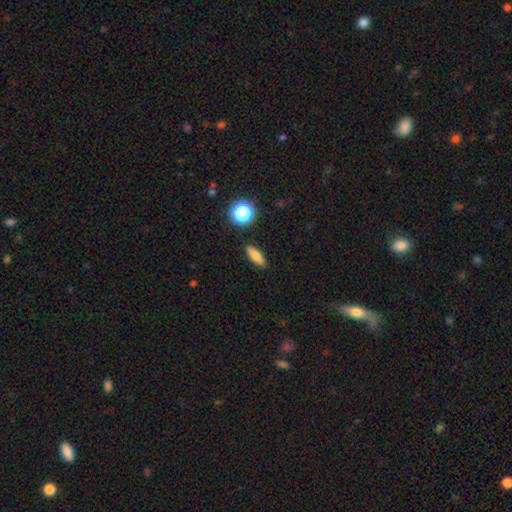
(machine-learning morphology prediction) smooth 73%, featured or disk 16%, star or artifact 11%. Down the decision tree: how rounded — in between (58%); merging — none (88%).